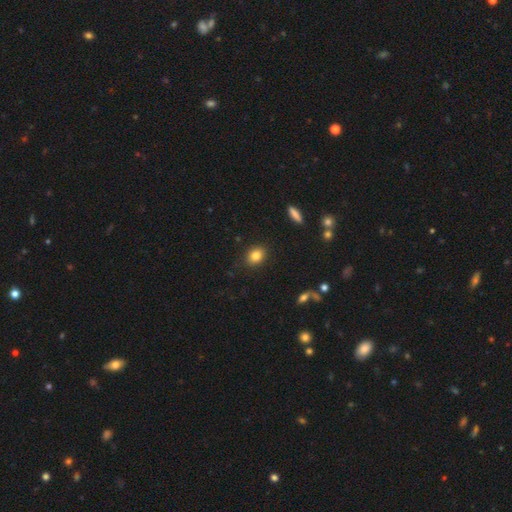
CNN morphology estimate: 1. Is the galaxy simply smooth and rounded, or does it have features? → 83% smooth, 10% star or artifact, 7% featured or disk.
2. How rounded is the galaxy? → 55% in between, 44% round, 1% cigar-shaped.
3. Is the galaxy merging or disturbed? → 89% none, 8% minor disturbance, 2% major disturbance, 1% merger.